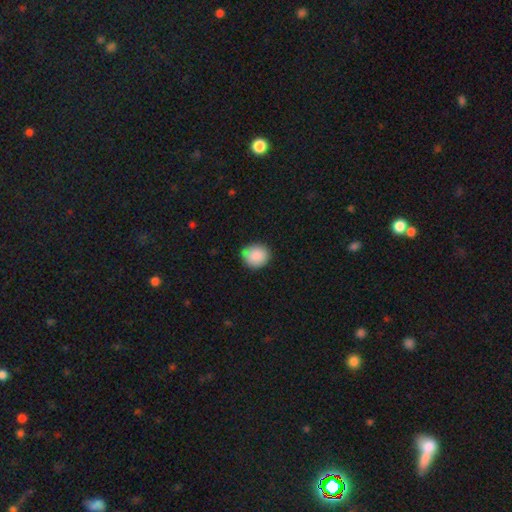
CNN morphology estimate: A smooth galaxy with no disk features (88%) that is round (78%). Merging: none (79%).